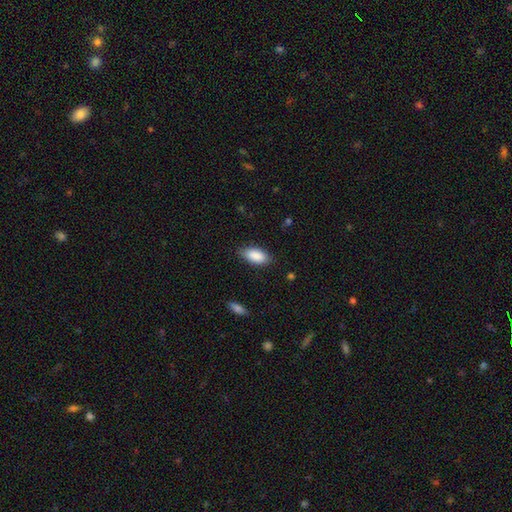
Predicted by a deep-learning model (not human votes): Q: Smooth or featured?
A: smooth (89%); runner-up: star or artifact (6%)
Q: How rounded?
A: in between (91%); runner-up: cigar-shaped (6%)
Q: Merging?
A: none (84%); runner-up: minor disturbance (13%)